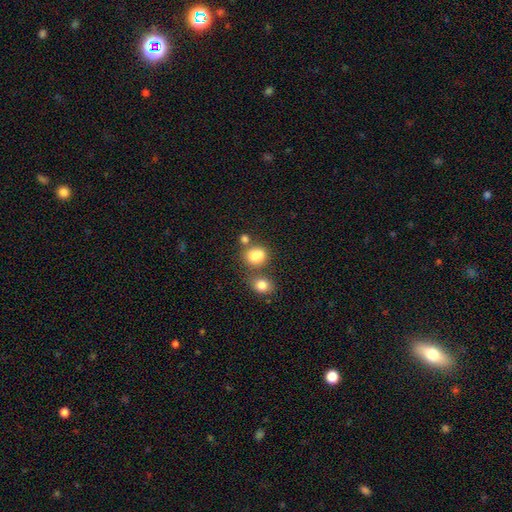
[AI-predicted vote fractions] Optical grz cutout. It shows a smooth galaxy with no disk features (82%) that is round (57%). Merging: none (47%).